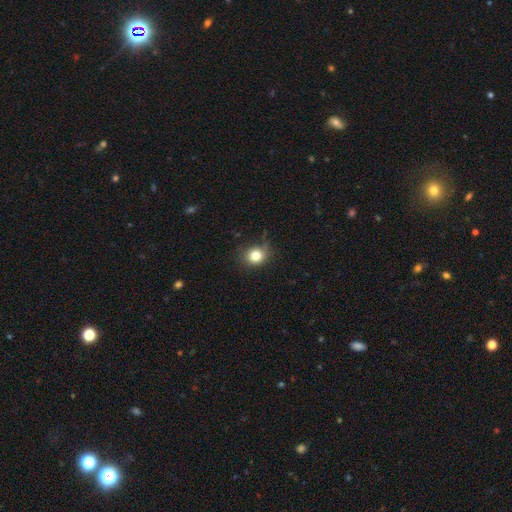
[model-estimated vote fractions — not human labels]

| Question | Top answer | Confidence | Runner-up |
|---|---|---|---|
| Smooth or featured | smooth | 80% | star or artifact (12%) |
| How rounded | round | 76% | in between (23%) |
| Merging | none | 70% | minor disturbance (22%) |